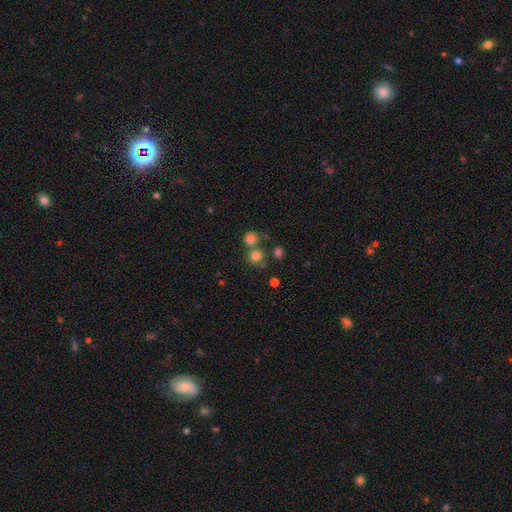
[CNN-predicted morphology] Smooth or featured?
  - smooth: 77% *
  - star or artifact: 15%
  - featured or disk: 8%
How rounded?
  - round: 91% *
  - in between: 8%
  - cigar-shaped: 1%
Merging?
  - none: 64% *
  - merger: 24%
  - minor disturbance: 8%
  - major disturbance: 4%